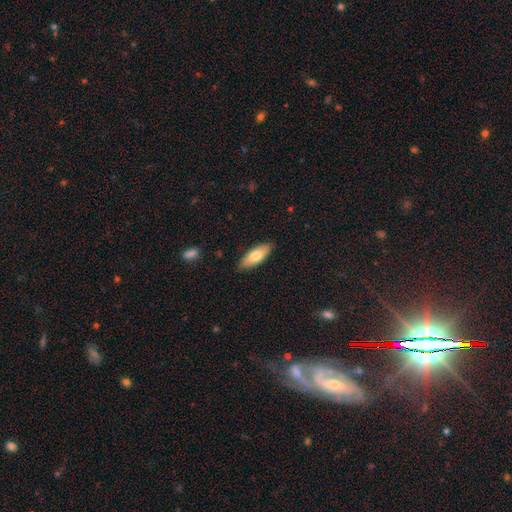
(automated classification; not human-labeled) smooth-or-featured: smooth: 75% | featured or disk: 19% | star or artifact: 6%
  how-rounded: in between: 71% | cigar-shaped: 27% | round: 2%
  merging: none: 87% | minor disturbance: 10% | major disturbance: 2% | merger: 1%